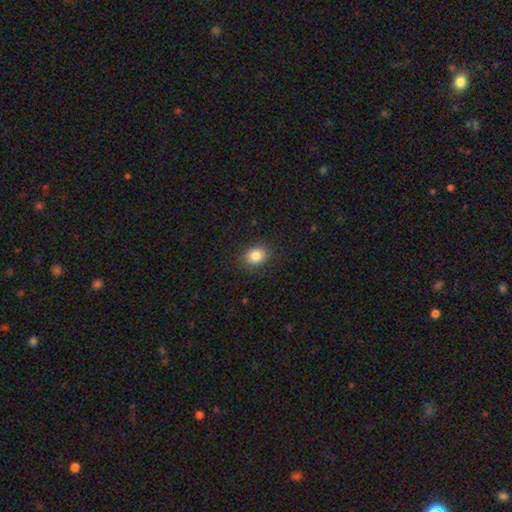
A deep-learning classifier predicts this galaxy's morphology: A smooth galaxy with no disk features (85%) that is round (50%).

Vote fractions:
- Smooth or featured? smooth: 85% / star or artifact: 10% / featured or disk: 5%
- How rounded? round: 50% / in between: 49% / cigar-shaped: 1%
- Merging? none: 88% / minor disturbance: 8% / major disturbance: 3% / merger: 1%